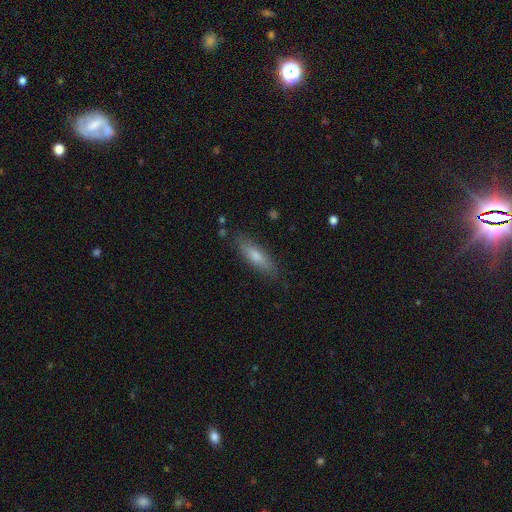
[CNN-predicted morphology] Smooth or featured? Predicted: smooth (p=0.66). How rounded? Predicted: cigar-shaped (p=0.65). Merging? Predicted: none (p=0.83).